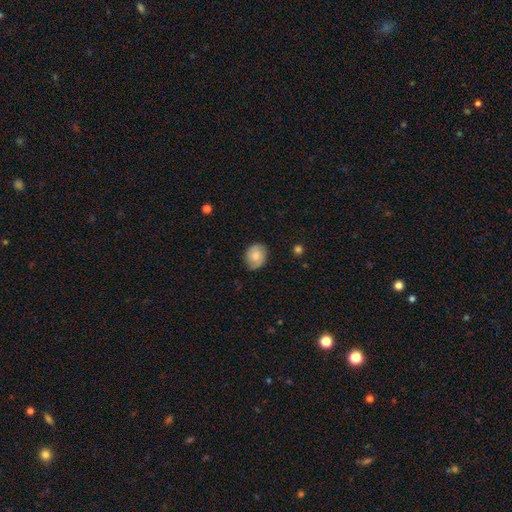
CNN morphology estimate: The model was most divided on "how rounded": round: 56%, in between: 43%, cigar-shaped: 1%. More confident: merging — none (77%); smooth or featured — smooth (71%).